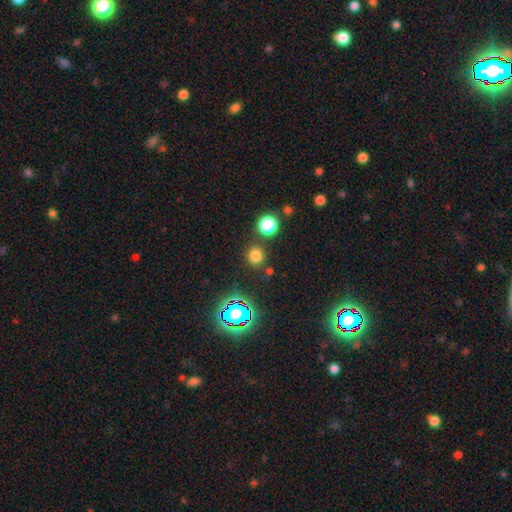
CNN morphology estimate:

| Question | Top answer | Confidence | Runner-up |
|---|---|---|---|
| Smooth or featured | smooth | 73% | star or artifact (21%) |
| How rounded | round | 91% | in between (8%) |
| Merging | none | 83% | minor disturbance (7%) |